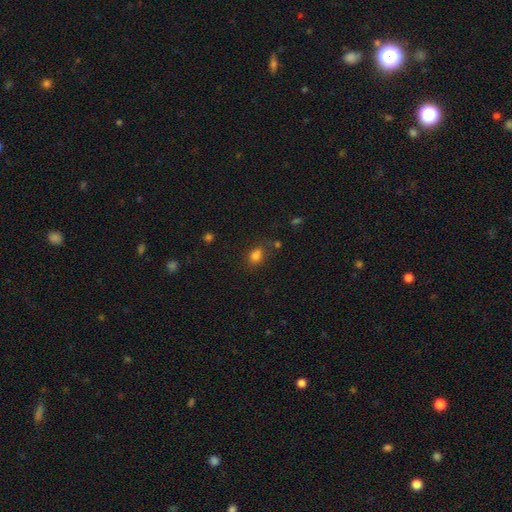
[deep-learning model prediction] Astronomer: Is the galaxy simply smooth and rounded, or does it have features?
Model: smooth — 78%.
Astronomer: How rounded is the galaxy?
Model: in between — 58% (runner-up: round, 41%).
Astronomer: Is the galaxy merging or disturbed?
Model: none — 65%.